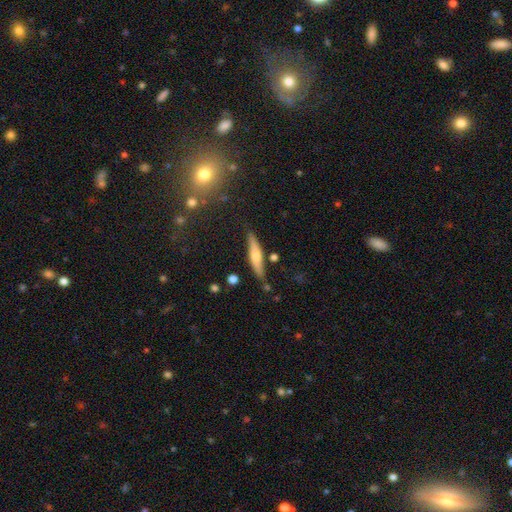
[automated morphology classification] Smooth or featured? smooth (49%)
Merging? none (79%)